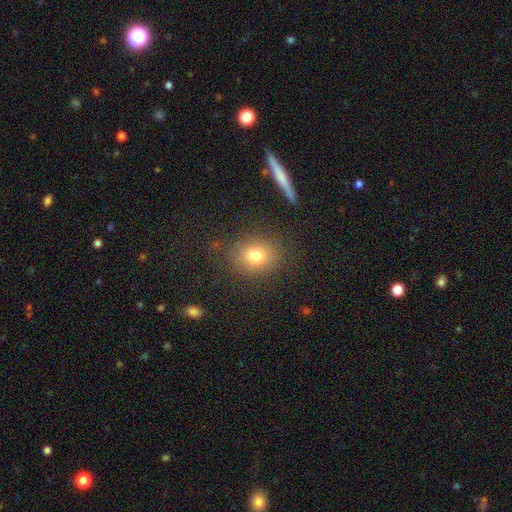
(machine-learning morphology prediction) Smooth or featured? smooth (77%)
How rounded? round (60%)
Merging? none (83%)